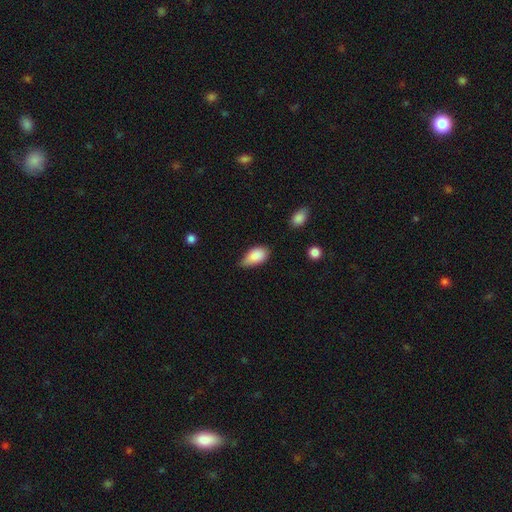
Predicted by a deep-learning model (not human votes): Smooth or featured: smooth — 86% (star or artifact — 7%)
How rounded: in between — 92% (round — 4%)
Merging: minor disturbance — 45% (none — 44%)